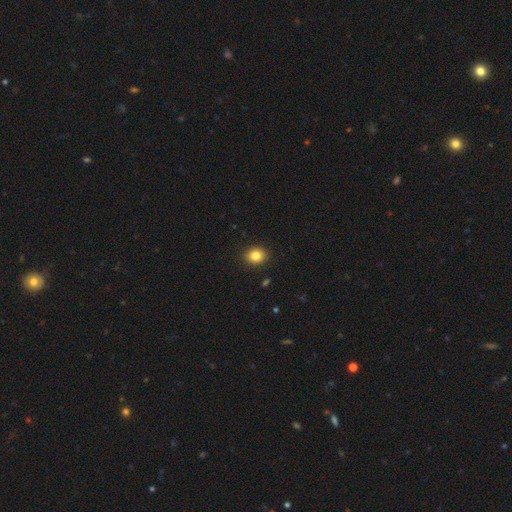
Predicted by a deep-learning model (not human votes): Morphology: type=smooth (84%); roundness=round (65%); merging=none (91%).